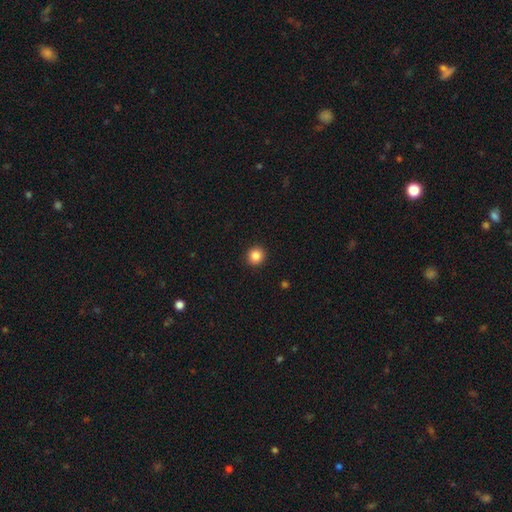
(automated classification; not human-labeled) smooth_or_featured: smooth (p=0.86) [alt: star or artifact p=0.10]
how_rounded: round (p=0.93) [alt: in between p=0.06]
merging: none (p=0.93) [alt: minor disturbance p=0.05]